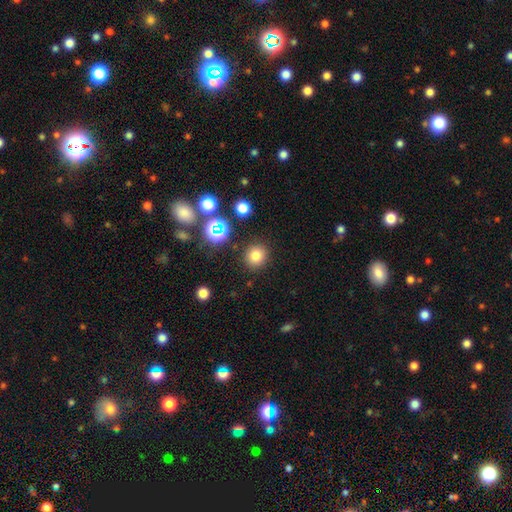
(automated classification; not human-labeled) smooth-or-featured: smooth: 77% | star or artifact: 16% | featured or disk: 6%
  how-rounded: round: 87% | in between: 12% | cigar-shaped: 1%
  merging: none: 87% | minor disturbance: 7% | major disturbance: 3% | merger: 3%